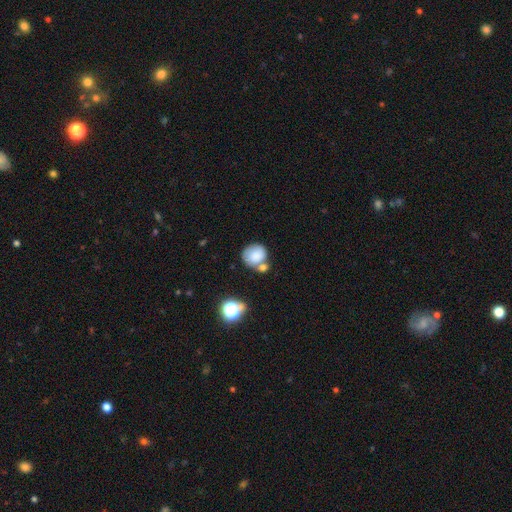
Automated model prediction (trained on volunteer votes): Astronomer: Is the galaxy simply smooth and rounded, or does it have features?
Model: smooth — 81%.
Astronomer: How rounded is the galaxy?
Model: round — 79%.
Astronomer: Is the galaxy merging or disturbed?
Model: none — 49% (runner-up: merger, 29%).